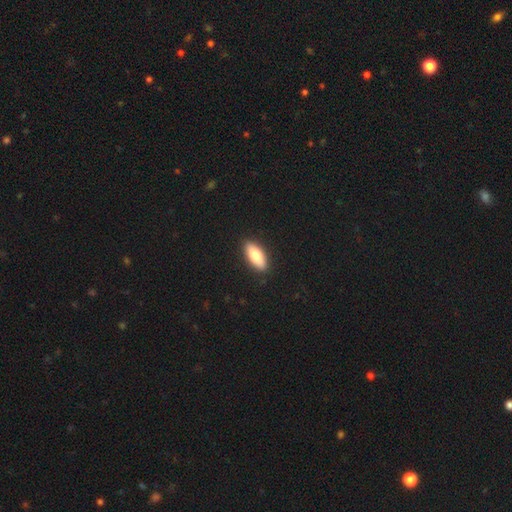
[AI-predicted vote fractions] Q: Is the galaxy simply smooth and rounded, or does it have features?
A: smooth — 83%.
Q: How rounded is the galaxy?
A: in between — 76%.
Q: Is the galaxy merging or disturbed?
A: none — 90%.